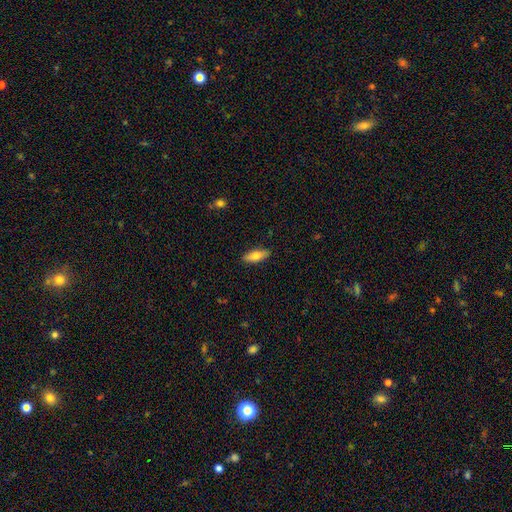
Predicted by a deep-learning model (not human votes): Smooth or featured?
  - smooth: 72% *
  - featured or disk: 21%
  - star or artifact: 6%
How rounded?
  - in between: 72% *
  - cigar-shaped: 25%
  - round: 2%
Merging?
  - none: 88% *
  - minor disturbance: 9%
  - major disturbance: 2%
  - merger: 1%